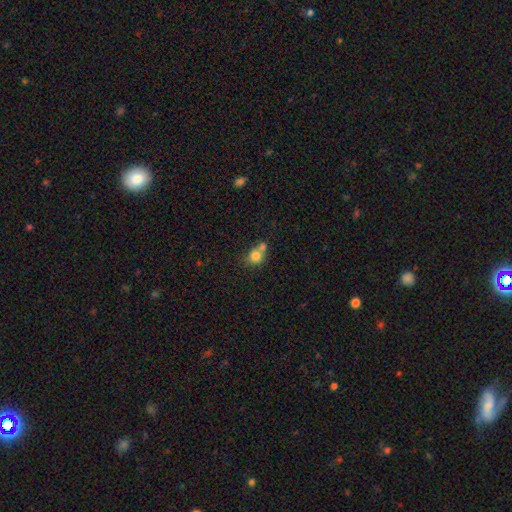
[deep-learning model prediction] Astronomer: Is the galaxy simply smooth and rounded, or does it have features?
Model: smooth — 77%.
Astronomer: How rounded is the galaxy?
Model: round — 74%.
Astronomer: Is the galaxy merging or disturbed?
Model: merger — 48% (runner-up: none, 38%).